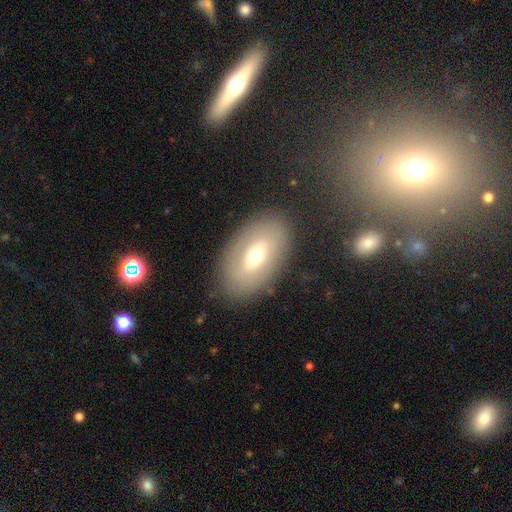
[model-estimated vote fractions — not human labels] smooth_or_featured: smooth (p=0.52) [alt: featured or disk p=0.39]
how_rounded: in between (p=0.90) [alt: round p=0.08]
merging: none (p=0.83) [alt: minor disturbance p=0.11]